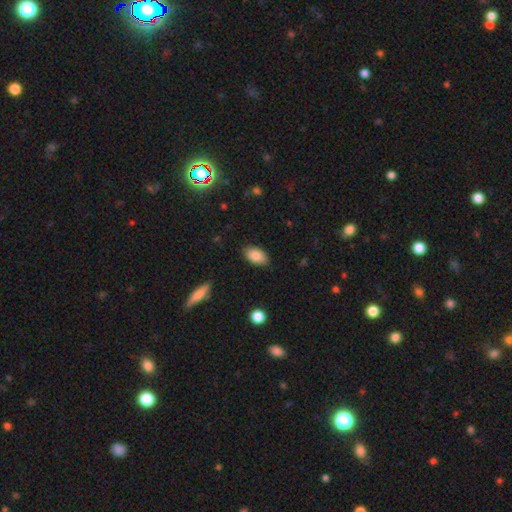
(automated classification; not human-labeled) Overall: smooth (87%). How rounded: in between (93%). Merging: none (85%).